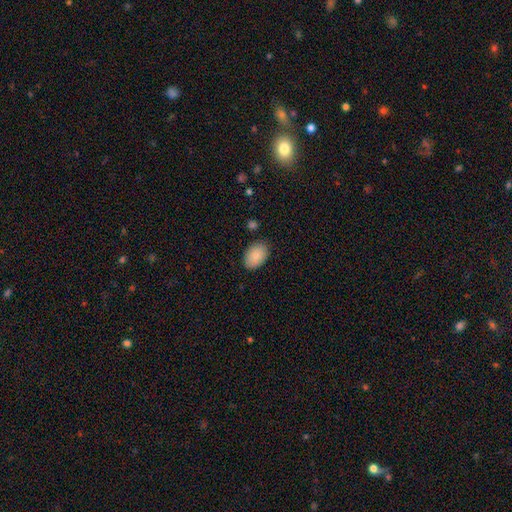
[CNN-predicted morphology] Smooth or featured?
  - smooth: 86% *
  - featured or disk: 7%
  - star or artifact: 7%
How rounded?
  - in between: 88% *
  - round: 11%
  - cigar-shaped: 1%
Merging?
  - none: 84% *
  - minor disturbance: 12%
  - major disturbance: 2%
  - merger: 2%